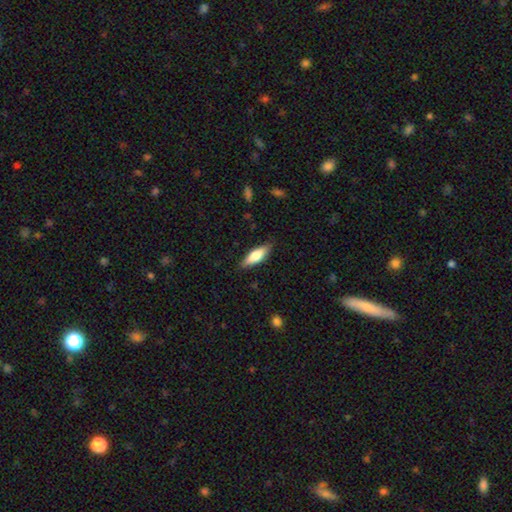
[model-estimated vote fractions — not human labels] A smooth galaxy with no disk features (68%) that is in between round and cigar-shaped (55%). Merging: none (84%).